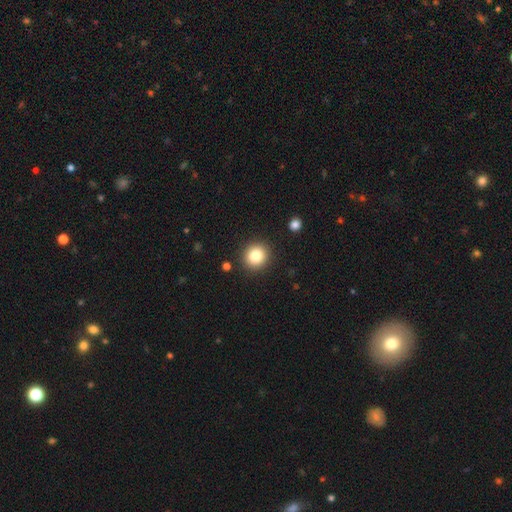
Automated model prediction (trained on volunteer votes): The model was most divided on "smooth or featured": smooth: 83%, star or artifact: 10%, featured or disk: 7%. More confident: merging — none (90%); how rounded — round (87%).